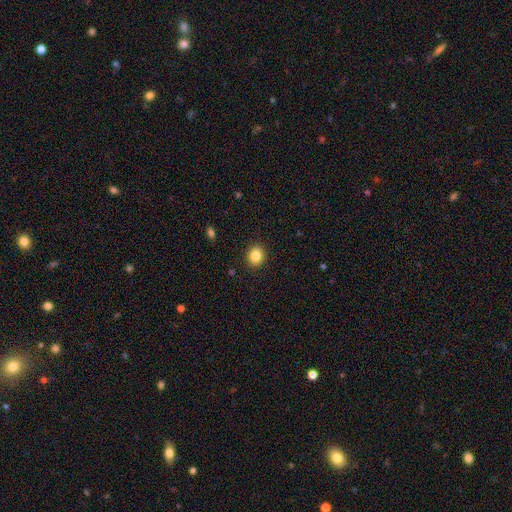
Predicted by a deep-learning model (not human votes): Smooth or featured: smooth — 85% (star or artifact — 10%)
How rounded: round — 67% (in between — 32%)
Merging: none — 91% (minor disturbance — 6%)